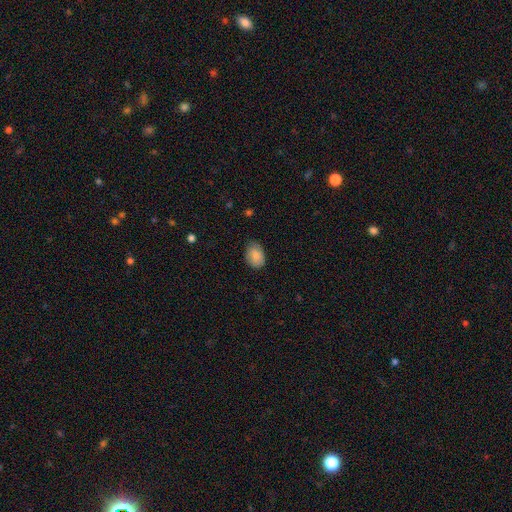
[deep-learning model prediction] This appears to be a smooth galaxy with no disk features (86%) that is in between round and cigar-shaped (82%). Merging: none (74%).